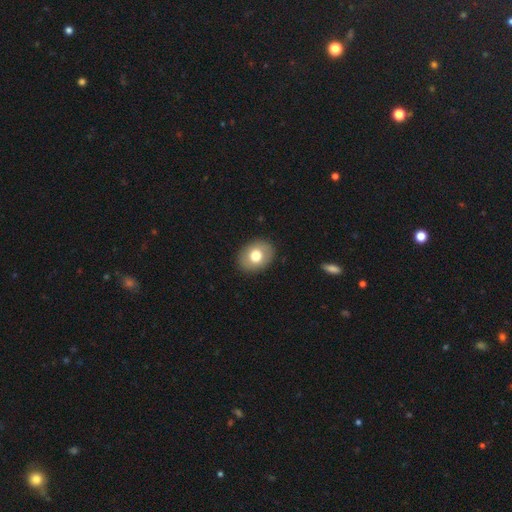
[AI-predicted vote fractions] smooth_or_featured: smooth (p=0.75) [alt: featured or disk p=0.17]
how_rounded: in between (p=0.61) [alt: round p=0.38]
merging: none (p=0.89) [alt: minor disturbance p=0.07]